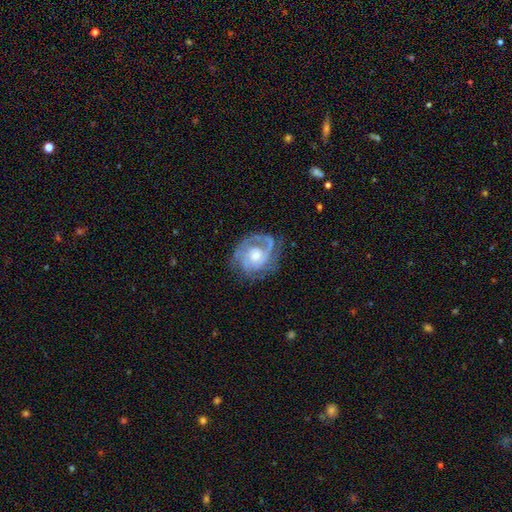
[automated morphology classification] Smooth or featured: featured or disk — 87% (smooth — 9%)
Edge-on disk: no — 98% (yes — 2%)
Bar: no — 72% (weak — 23%)
Spiral arms: yes — 95% (no — 5%)
Spiral winding: tight — 56% (medium — 35%)
Spiral arm count: 2 — 31% (3 — 25%)
Bulge size: moderate — 57% (small — 31%)
Merging: none — 69% (minor disturbance — 19%)